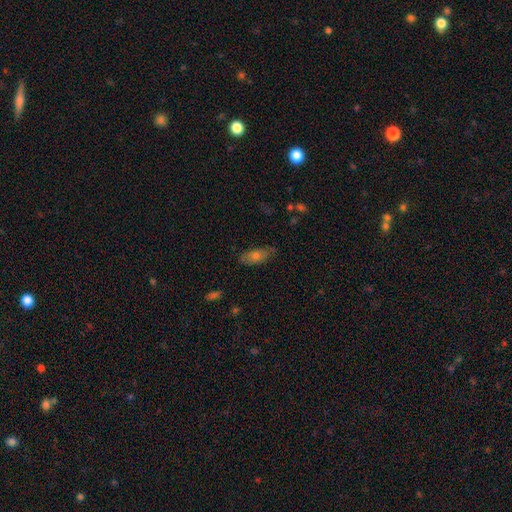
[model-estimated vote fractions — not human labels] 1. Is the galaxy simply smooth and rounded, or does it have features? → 65% smooth, 23% featured or disk, 12% star or artifact.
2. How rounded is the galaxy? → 77% in between, 20% cigar-shaped, 4% round.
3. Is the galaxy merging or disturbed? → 77% none, 17% minor disturbance, 4% major disturbance, 2% merger.